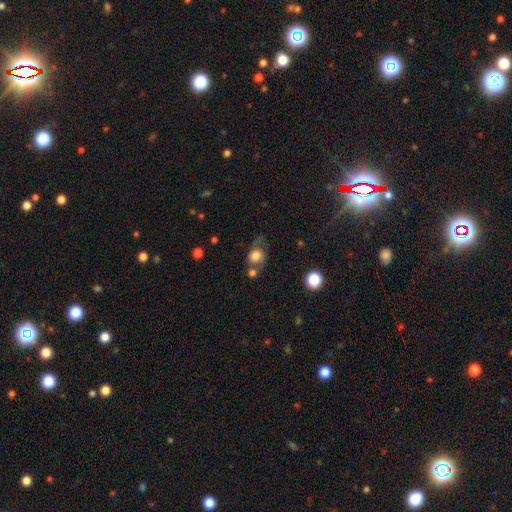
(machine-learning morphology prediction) Smooth or featured? Predicted: smooth (p=0.61). How rounded? Predicted: round (p=0.60). Merging? Predicted: none (p=0.42).